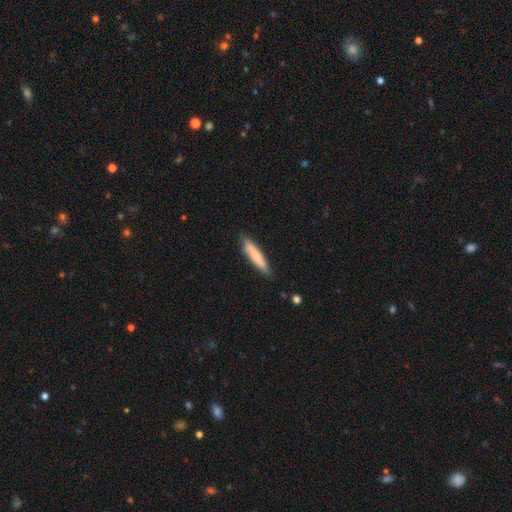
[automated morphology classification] The model was most divided on "smooth or featured": smooth: 67%, featured or disk: 27%, star or artifact: 6%. More confident: how rounded — cigar-shaped (87%); merging — none (82%).